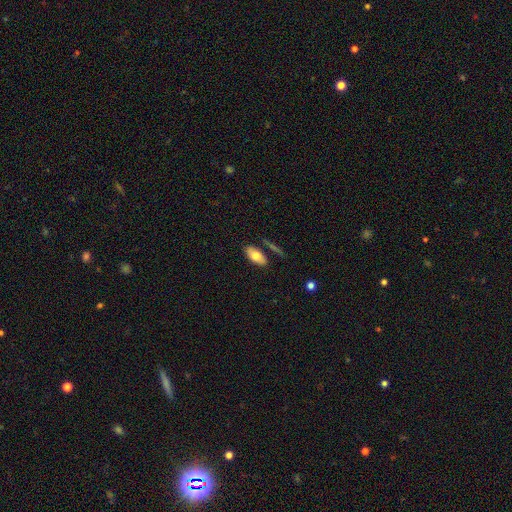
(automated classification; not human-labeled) This is likely a smooth galaxy (75%). How rounded: clearly in between (89%). Merging: likely none (77%).